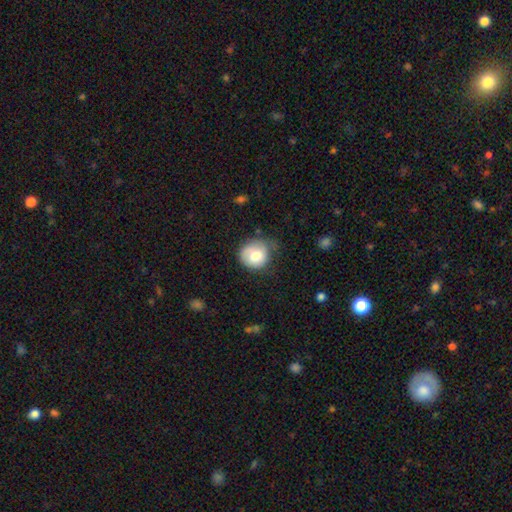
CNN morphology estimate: Smooth or featured: smooth — 75% (featured or disk — 18%)
How rounded: round — 82% (in between — 17%)
Merging: none — 53% (minor disturbance — 33%)